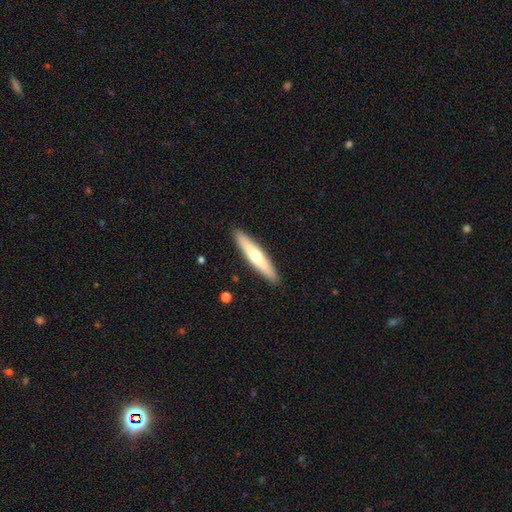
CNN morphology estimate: smooth 49%, featured or disk 46%, star or artifact 5%. Down the decision tree: merging — none (91%).